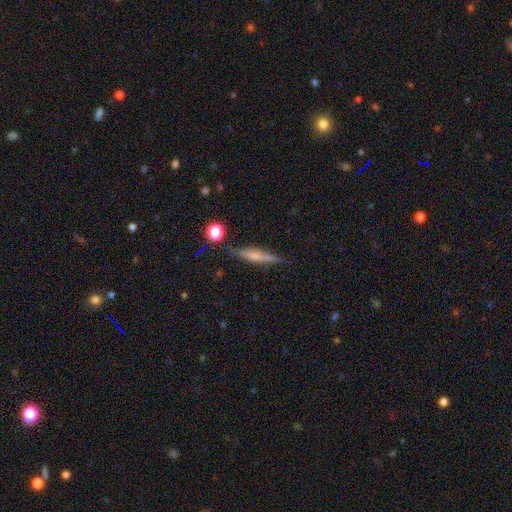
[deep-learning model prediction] Morphology: type=featured or disk (51%); edge-on=yes (95%); merging=none (83%).